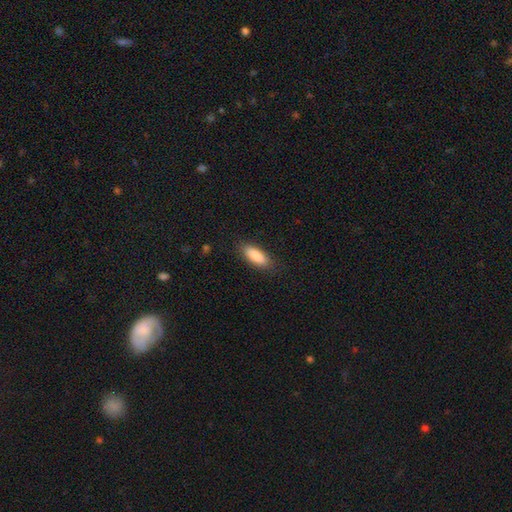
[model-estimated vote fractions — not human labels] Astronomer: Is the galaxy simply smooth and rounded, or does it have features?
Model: smooth — 86%.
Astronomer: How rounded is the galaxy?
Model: in between — 69%.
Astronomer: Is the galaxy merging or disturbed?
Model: none — 85%.